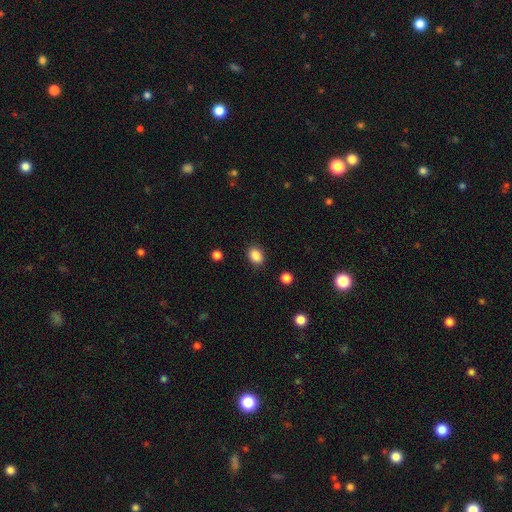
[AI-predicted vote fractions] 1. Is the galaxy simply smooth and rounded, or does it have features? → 88% smooth, 9% star or artifact, 3% featured or disk.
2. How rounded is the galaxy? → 69% in between, 30% round, 1% cigar-shaped.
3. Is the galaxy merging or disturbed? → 87% none, 9% minor disturbance, 3% major disturbance, 1% merger.